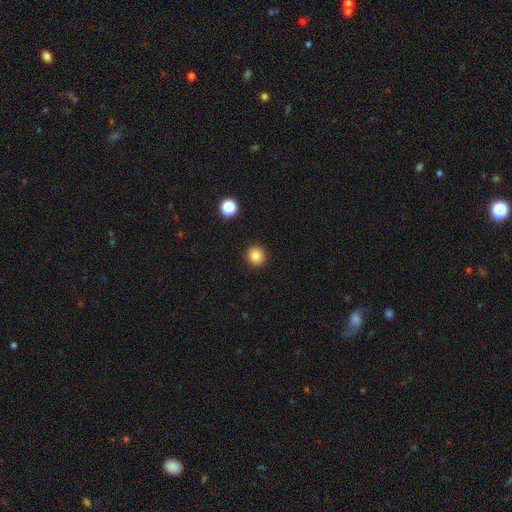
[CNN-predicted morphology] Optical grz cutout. It shows a smooth galaxy with no disk features (84%) that is round (92%). Merging: none (92%).